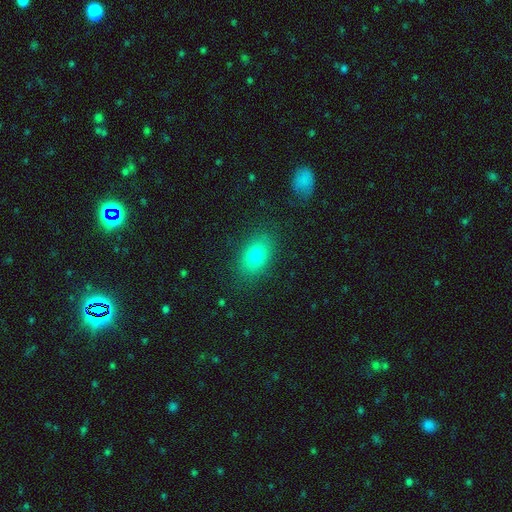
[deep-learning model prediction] Morphology: type=smooth (78%); roundness=in between (84%); merging=none (84%).